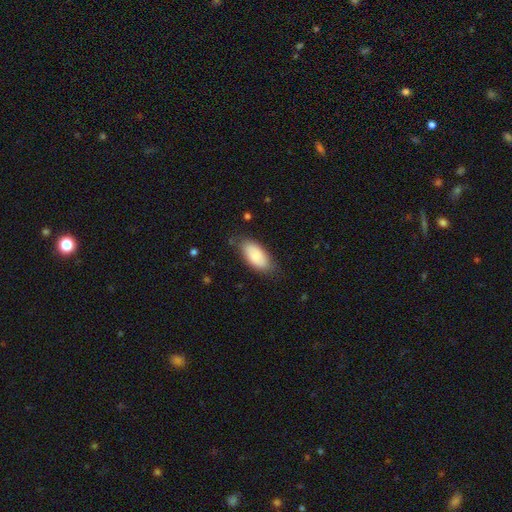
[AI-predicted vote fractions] A smooth galaxy with no disk features (82%) that is in between round and cigar-shaped (92%). Merging: none (76%).